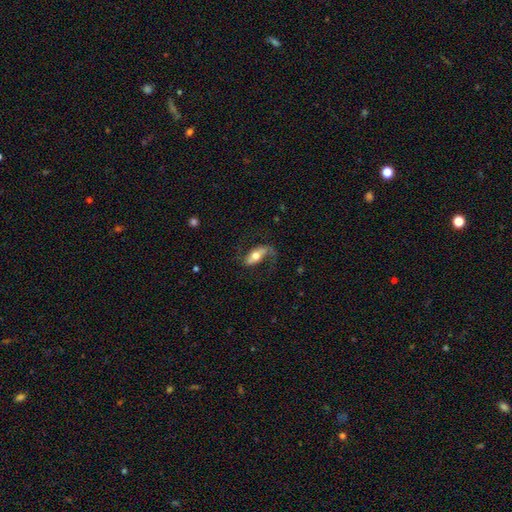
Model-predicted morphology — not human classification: Smooth or featured: featured or disk — 64% (smooth — 30%)
Edge-on disk: no — 87% (yes — 13%)
Bar: no — 37% (strong — 34%)
Spiral arms: yes — 87% (no — 13%)
Bulge size: moderate — 65% (large — 19%)
Merging: none — 60% (major disturbance — 20%)